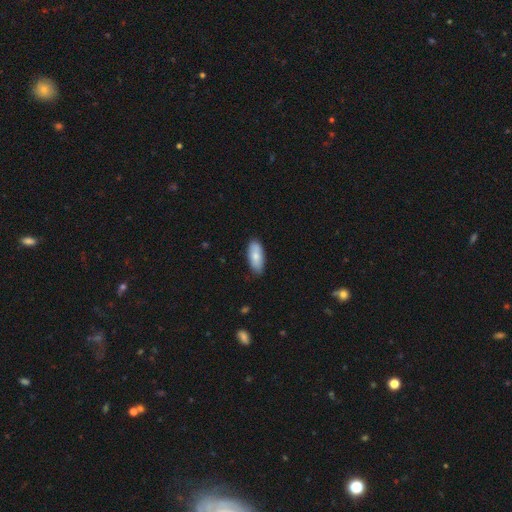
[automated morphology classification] smooth 79%, featured or disk 16%, star or artifact 6%. Down the decision tree: how rounded — in between (85%); merging — none (82%).